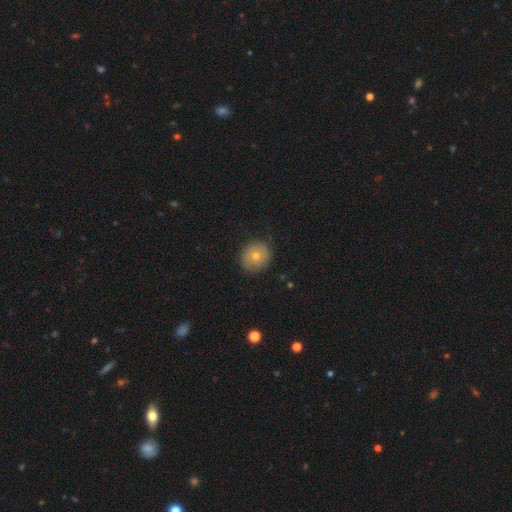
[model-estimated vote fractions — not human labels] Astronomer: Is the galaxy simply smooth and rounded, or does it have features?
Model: smooth — 61%.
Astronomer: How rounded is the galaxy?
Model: round — 86%.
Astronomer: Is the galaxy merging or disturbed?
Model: none — 82%.